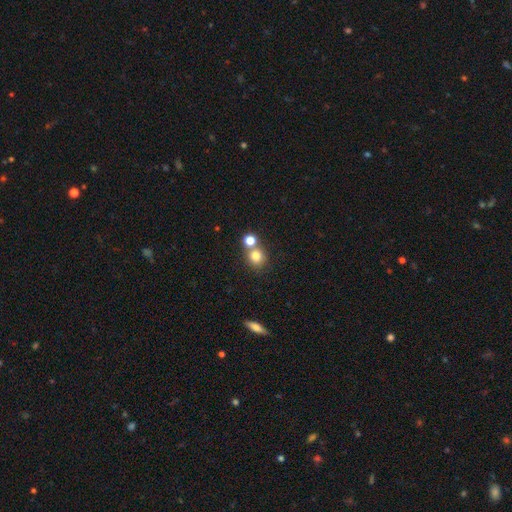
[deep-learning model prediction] Smooth or featured: smooth — 79% (star or artifact — 13%)
How rounded: round — 84% (in between — 15%)
Merging: none — 55% (merger — 34%)